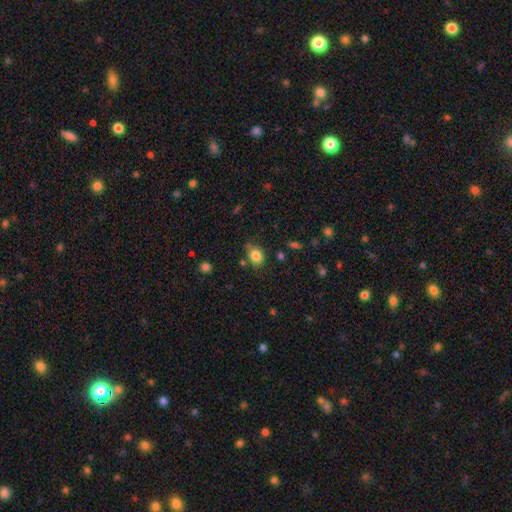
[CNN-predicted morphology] Smooth or featured?
  - smooth: 82% *
  - star or artifact: 10%
  - featured or disk: 7%
How rounded?
  - in between: 51% *
  - round: 48%
  - cigar-shaped: 1%
Merging?
  - none: 64% *
  - minor disturbance: 25%
  - major disturbance: 6%
  - merger: 5%